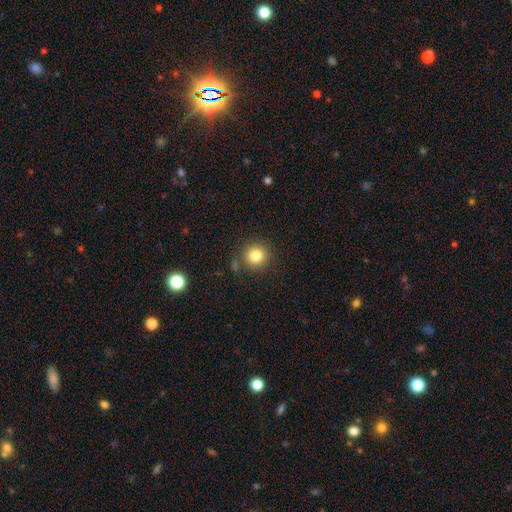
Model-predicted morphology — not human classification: smooth-or-featured: smooth: 82% | star or artifact: 12% | featured or disk: 7%
  how-rounded: round: 93% | in between: 6% | cigar-shaped: 1%
  merging: none: 83% | minor disturbance: 9% | merger: 5% | major disturbance: 3%